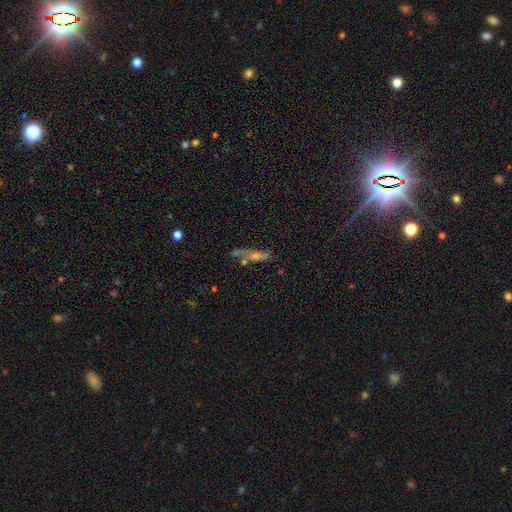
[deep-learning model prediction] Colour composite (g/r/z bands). It shows a smooth galaxy with no disk features (43%). Merging: none (48%).